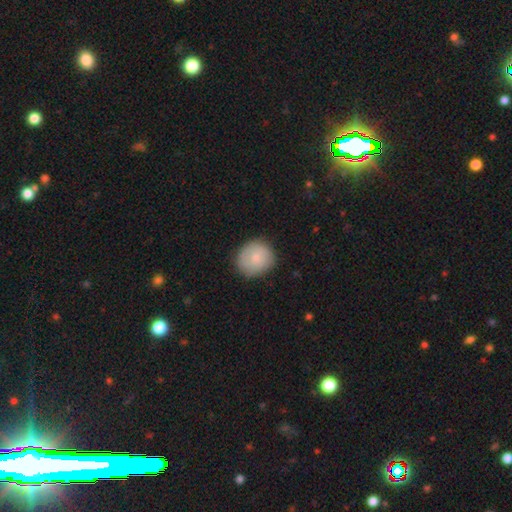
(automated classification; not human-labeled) Smooth or featured?
  - smooth: 76% *
  - featured or disk: 17%
  - star or artifact: 7%
How rounded?
  - round: 85% *
  - in between: 14%
  - cigar-shaped: 1%
Merging?
  - none: 82% *
  - minor disturbance: 14%
  - major disturbance: 3%
  - merger: 1%